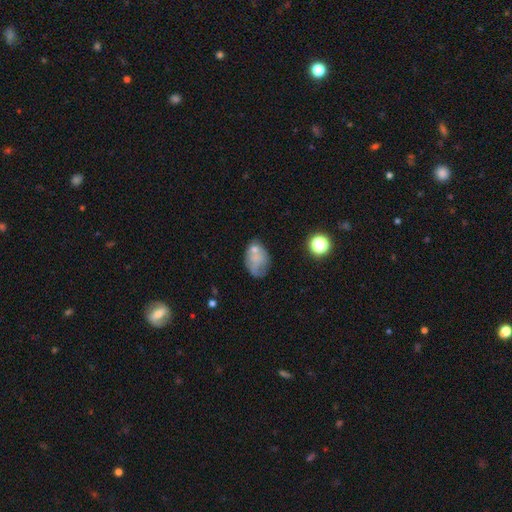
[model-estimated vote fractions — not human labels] smooth 57%, featured or disk 31%, star or artifact 13%. Down the decision tree: how rounded — in between (81%); merging — none (45%).